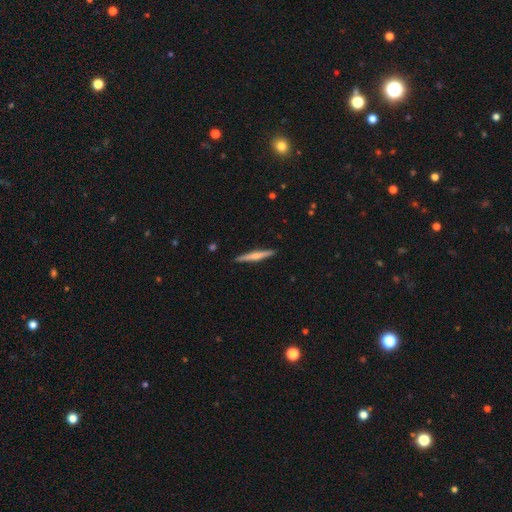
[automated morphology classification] smooth-or-featured: featured or disk: 50% | smooth: 45% | star or artifact: 5%
  merging: none: 91% | minor disturbance: 7% | major disturbance: 1% | merger: 1%